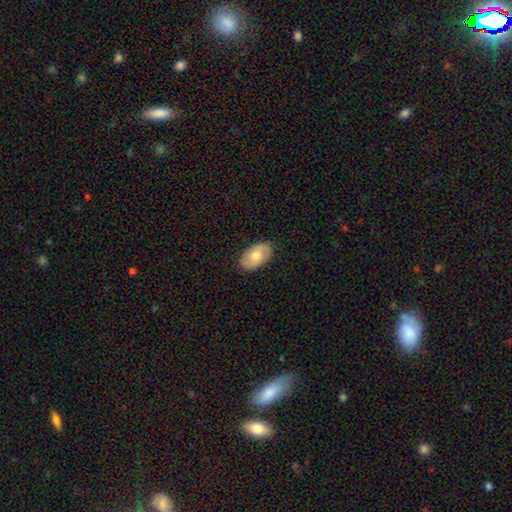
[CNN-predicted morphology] smooth-or-featured: smooth: 62% | featured or disk: 33% | star or artifact: 6%
  how-rounded: in between: 93% | round: 6% | cigar-shaped: 1%
  merging: none: 86% | minor disturbance: 10% | major disturbance: 2% | merger: 1%